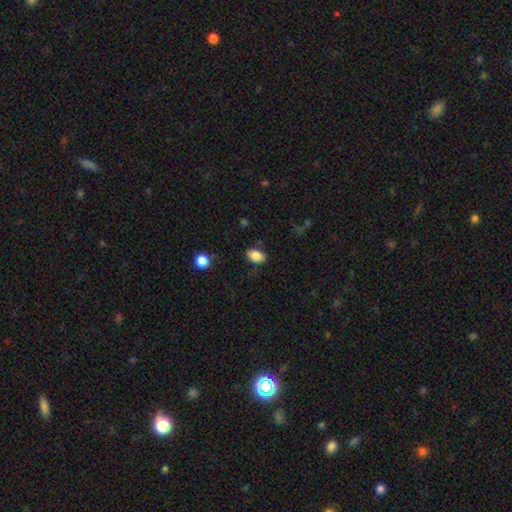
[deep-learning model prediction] A smooth galaxy with no disk features (86%) that is in between round and cigar-shaped (86%).

Vote fractions:
- Smooth or featured? smooth: 86% / star or artifact: 8% / featured or disk: 6%
- How rounded? in between: 86% / round: 13% / cigar-shaped: 1%
- Merging? none: 83% / minor disturbance: 12% / major disturbance: 3% / merger: 2%